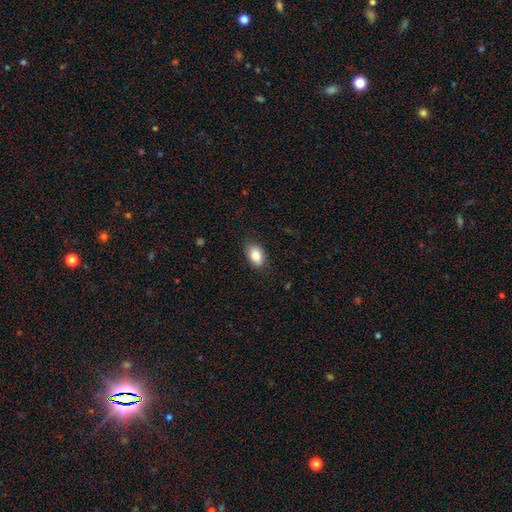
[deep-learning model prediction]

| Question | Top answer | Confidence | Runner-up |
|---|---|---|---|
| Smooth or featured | smooth | 85% | star or artifact (8%) |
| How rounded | in between | 87% | round (12%) |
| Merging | none | 85% | minor disturbance (12%) |